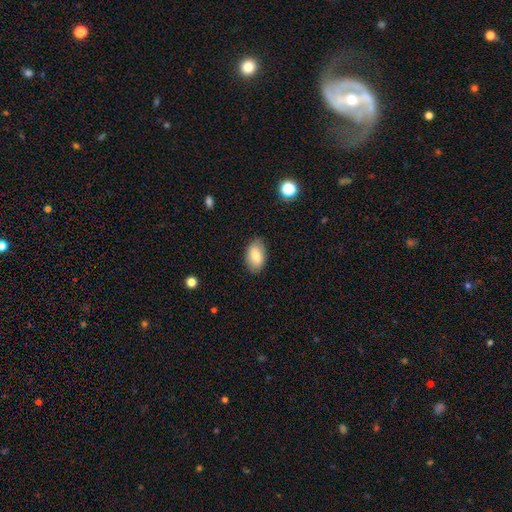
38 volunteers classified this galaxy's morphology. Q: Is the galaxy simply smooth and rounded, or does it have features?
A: smooth — 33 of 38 (87%).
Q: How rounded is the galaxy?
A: in between — 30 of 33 (91%).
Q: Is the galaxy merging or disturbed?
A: none — 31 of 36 (86%).